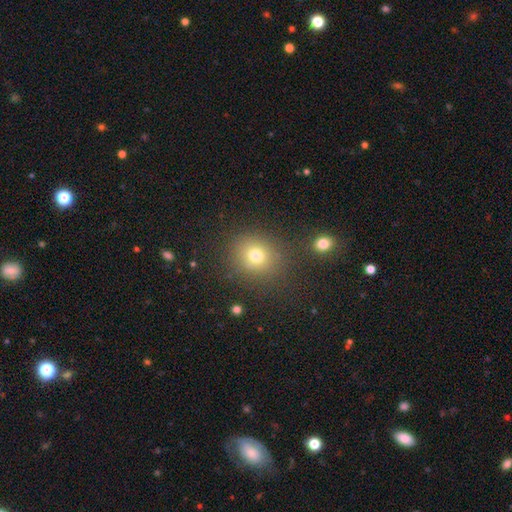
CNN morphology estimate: smooth 75%, star or artifact 16%, featured or disk 9%. Down the decision tree: how rounded — round (80%); merging — none (81%).